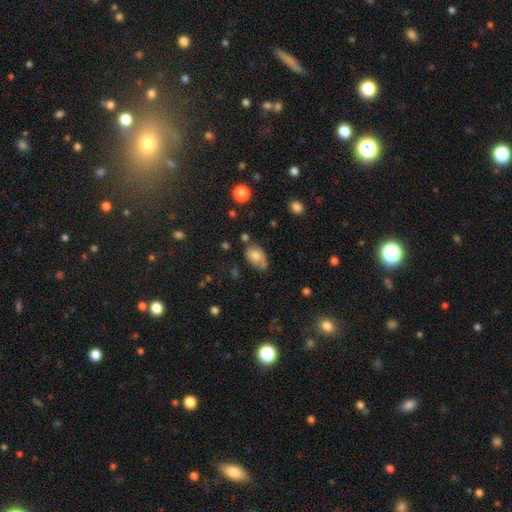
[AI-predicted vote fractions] Morphology: type=smooth (74%); roundness=in between (72%); merging=none (52%).